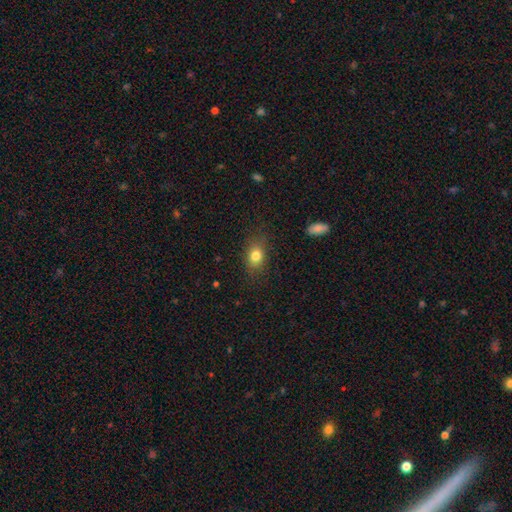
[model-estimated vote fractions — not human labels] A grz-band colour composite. It shows a smooth galaxy with no disk features (80%) that is in between round and cigar-shaped (67%). Merging: none (79%).